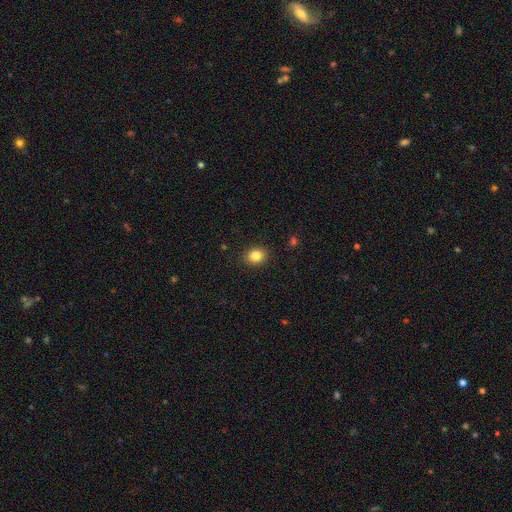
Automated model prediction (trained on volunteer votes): Overall: smooth (83%). How rounded: round (59%; in between 40%). Merging: none (90%).